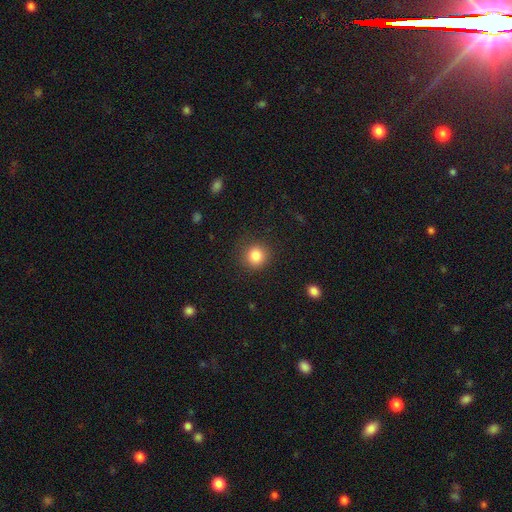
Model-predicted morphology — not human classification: A smooth galaxy with no disk features (84%) that is round (91%). Merging: none (88%).